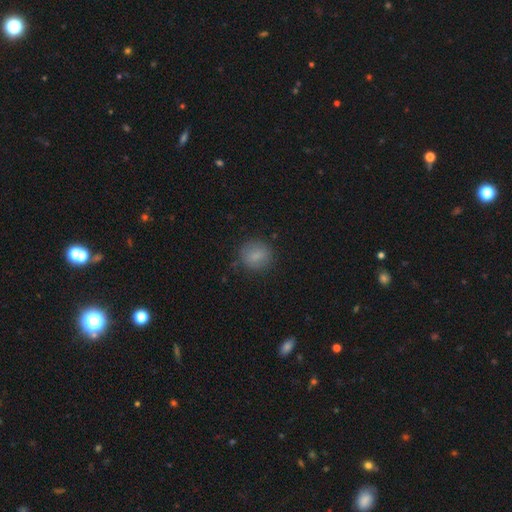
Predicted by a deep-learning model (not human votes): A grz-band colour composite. It shows a smooth galaxy with no disk features (81%) that is round (82%). Merging: none (81%).